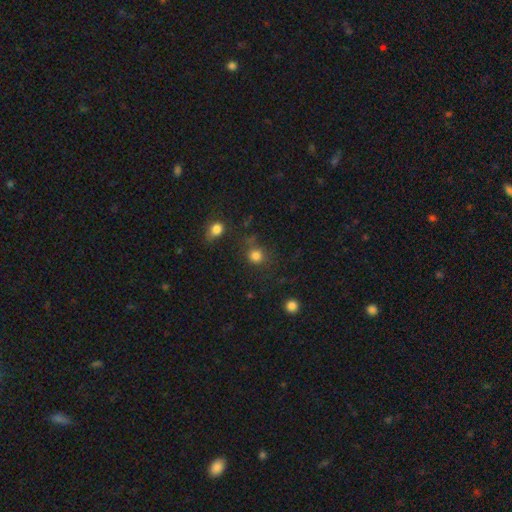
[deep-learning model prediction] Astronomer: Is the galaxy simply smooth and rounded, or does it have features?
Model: smooth — 81%.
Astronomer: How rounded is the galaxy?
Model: round — 90%.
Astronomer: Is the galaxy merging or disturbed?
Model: none — 74%.